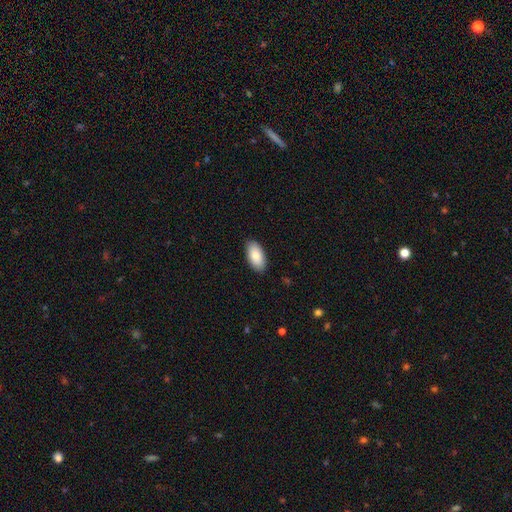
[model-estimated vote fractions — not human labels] This appears to be a smooth galaxy with no disk features (86%) that is in between round and cigar-shaped (95%). Merging: none (88%).